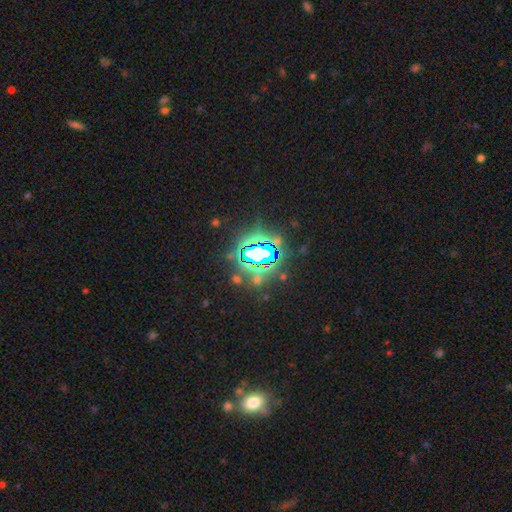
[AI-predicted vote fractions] smooth-or-featured: star or artifact: 76% | smooth: 13% | featured or disk: 11%